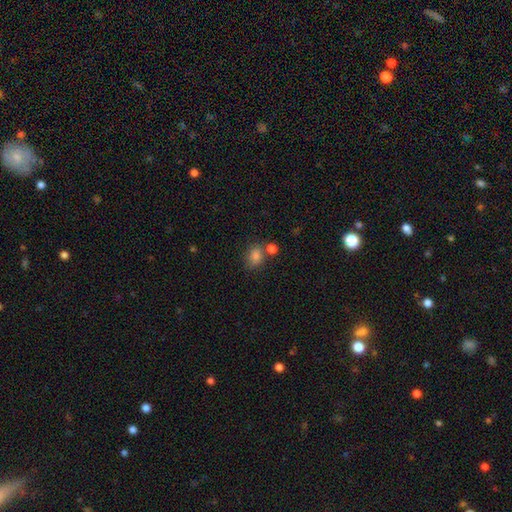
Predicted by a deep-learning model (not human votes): Morphology: type=smooth (80%); roundness=in between (51%); merging=none (64%).